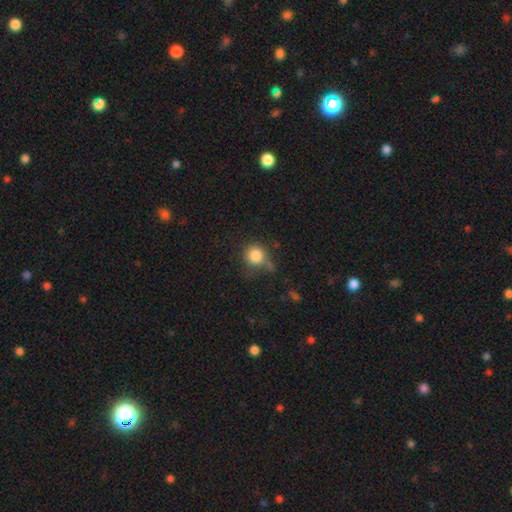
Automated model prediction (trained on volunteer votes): smooth-or-featured: smooth: 84% | star or artifact: 10% | featured or disk: 6%
  how-rounded: round: 91% | in between: 8% | cigar-shaped: 1%
  merging: none: 62% | minor disturbance: 21% | major disturbance: 9% | merger: 8%